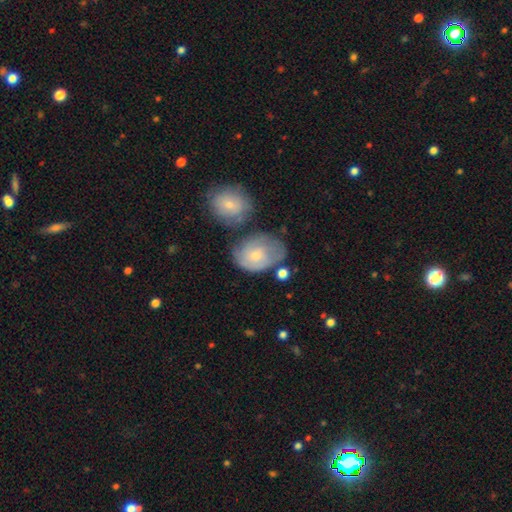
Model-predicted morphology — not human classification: smooth-or-featured: smooth: 49% | featured or disk: 44% | star or artifact: 7%
  merging: none: 47% | minor disturbance: 26% | merger: 14% | major disturbance: 13%